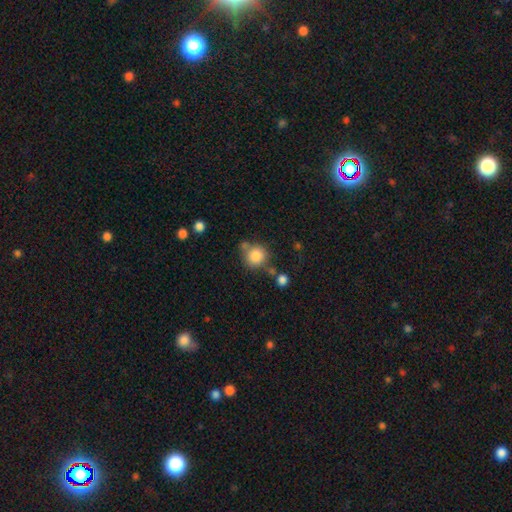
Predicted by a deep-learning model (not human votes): Q: Smooth or featured?
A: smooth (84%); runner-up: star or artifact (10%)
Q: How rounded?
A: round (90%); runner-up: in between (9%)
Q: Merging?
A: none (67%); runner-up: merger (14%)